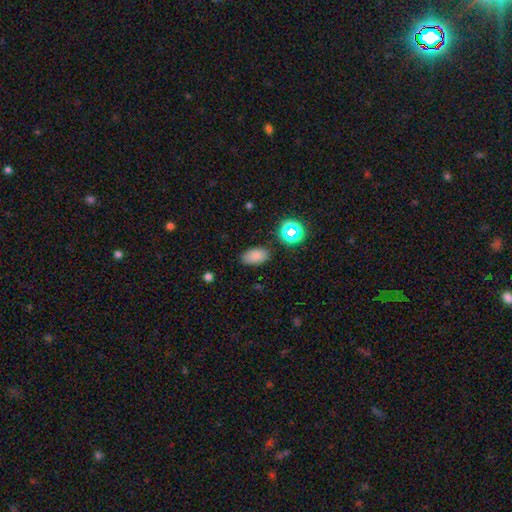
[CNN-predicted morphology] Smooth or featured: smooth — 80% (star or artifact — 14%)
How rounded: in between — 92% (round — 6%)
Merging: none — 84% (minor disturbance — 11%)